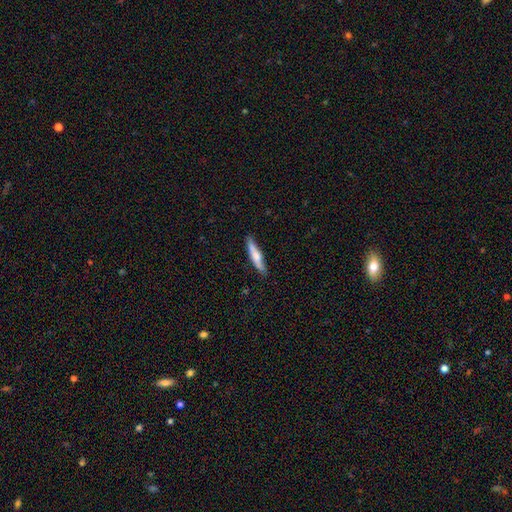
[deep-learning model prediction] Smooth or featured? Predicted: smooth (p=0.63). How rounded? Predicted: cigar-shaped (p=0.87). Merging? Predicted: none (p=0.86).